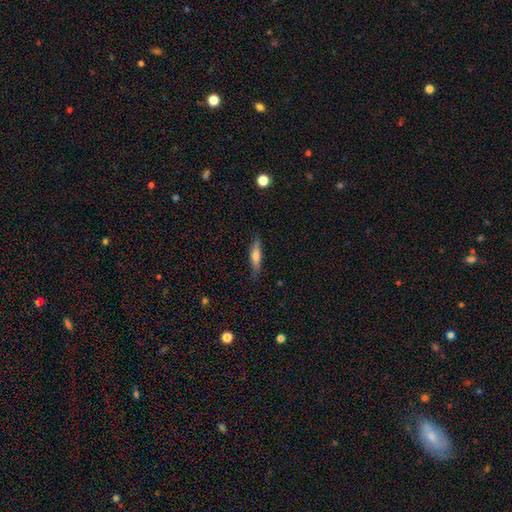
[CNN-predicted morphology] type=smooth (61%); roundness=cigar-shaped (70%); merging=none (78%).